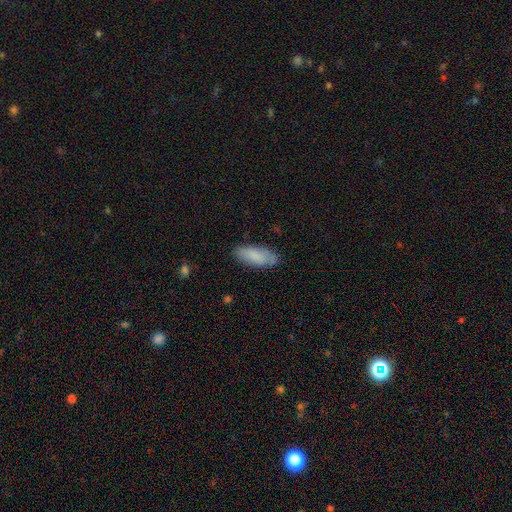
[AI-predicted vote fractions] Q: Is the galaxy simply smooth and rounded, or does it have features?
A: smooth — 82%.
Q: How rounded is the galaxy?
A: in between — 78%.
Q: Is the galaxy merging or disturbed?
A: none — 77%.